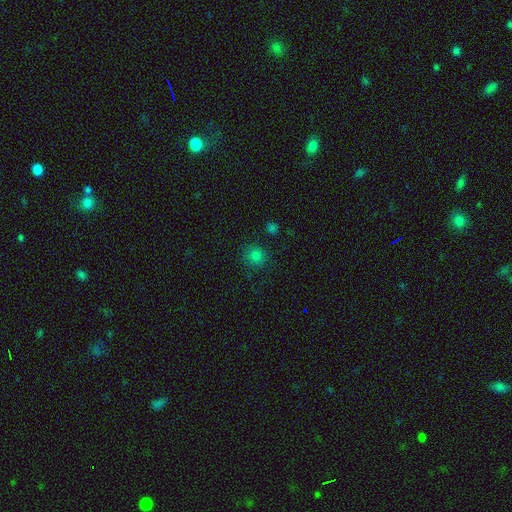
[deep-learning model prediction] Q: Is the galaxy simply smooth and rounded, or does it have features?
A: smooth — 77%.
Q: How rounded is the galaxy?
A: round — 89%.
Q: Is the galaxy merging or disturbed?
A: none — 85%.